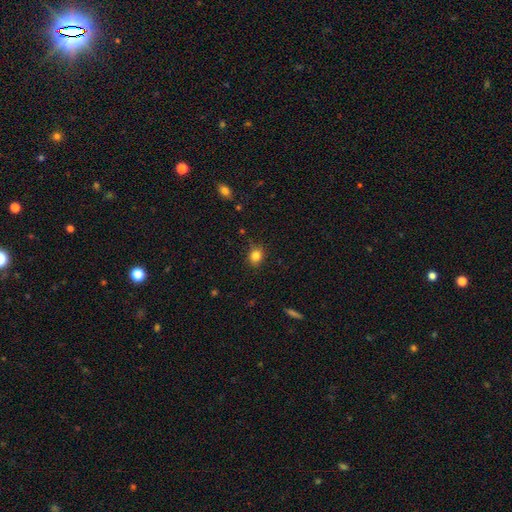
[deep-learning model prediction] Smooth or featured? Predicted: smooth (p=0.83). How rounded? Predicted: round (p=0.66). Merging? Predicted: none (p=0.84).